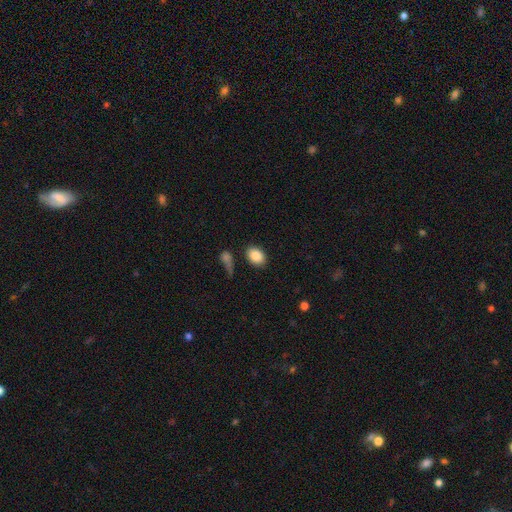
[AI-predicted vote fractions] smooth 85%, star or artifact 8%, featured or disk 7%. Down the decision tree: how rounded — in between (76%); merging — none (78%).